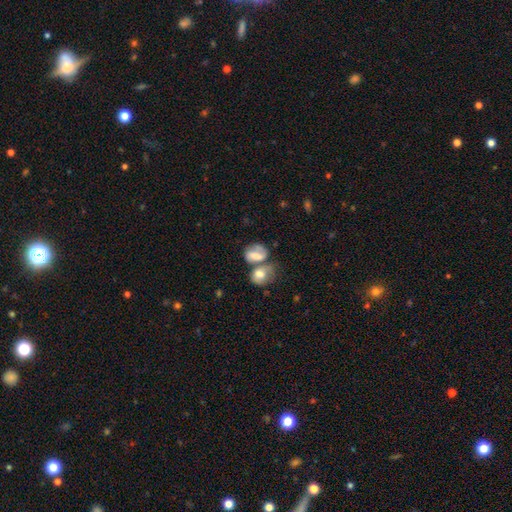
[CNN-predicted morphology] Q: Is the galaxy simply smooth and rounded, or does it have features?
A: smooth — 59%.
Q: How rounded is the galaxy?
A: in between — 72%.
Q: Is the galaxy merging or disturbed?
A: merger — 52%.